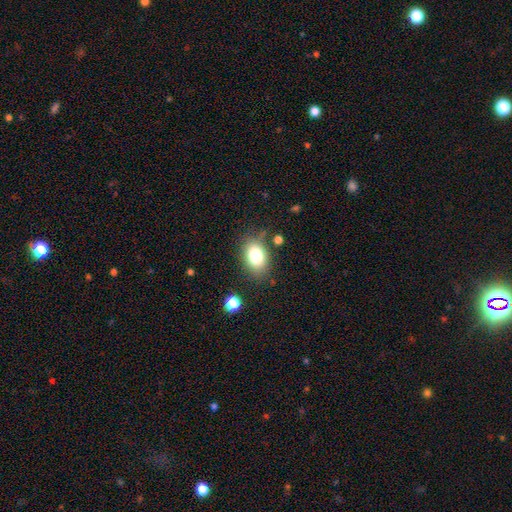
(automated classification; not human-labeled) smooth-or-featured: smooth: 81% | featured or disk: 10% | star or artifact: 9%
  how-rounded: in between: 82% | round: 16% | cigar-shaped: 1%
  merging: none: 76% | minor disturbance: 15% | major disturbance: 5% | merger: 4%